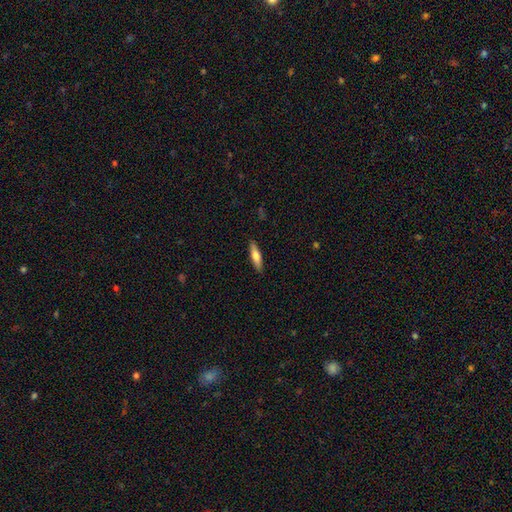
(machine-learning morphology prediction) This appears to be a smooth galaxy with no disk features (67%) that is cigar-shaped (70%). Merging: none (89%).